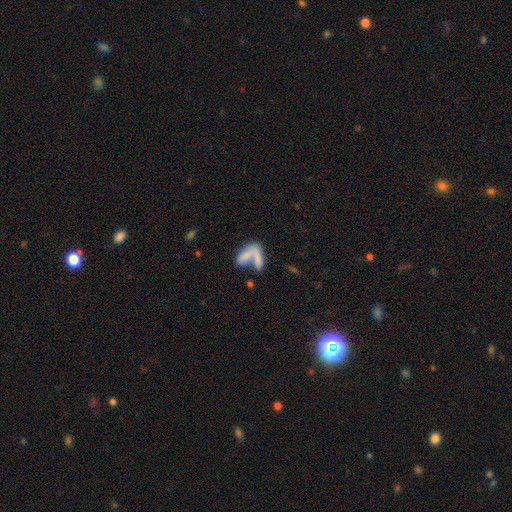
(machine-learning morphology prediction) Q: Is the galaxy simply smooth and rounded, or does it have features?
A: smooth — 66%.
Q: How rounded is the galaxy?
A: in between — 68%.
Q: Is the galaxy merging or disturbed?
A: merger — 48%.